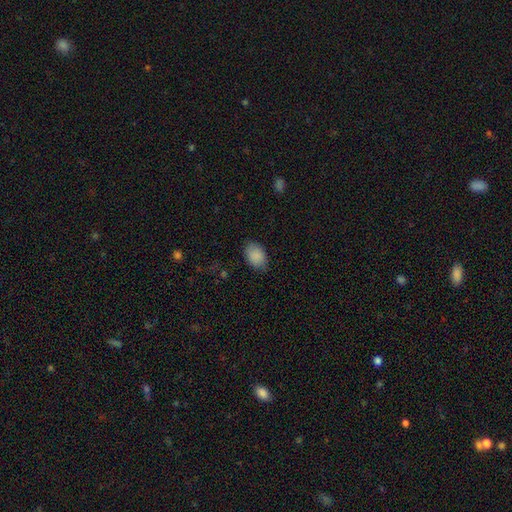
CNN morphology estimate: smooth-or-featured: smooth: 89% | star or artifact: 7% | featured or disk: 4%
  how-rounded: in between: 78% | round: 21% | cigar-shaped: 1%
  merging: none: 78% | minor disturbance: 17% | major disturbance: 4% | merger: 1%